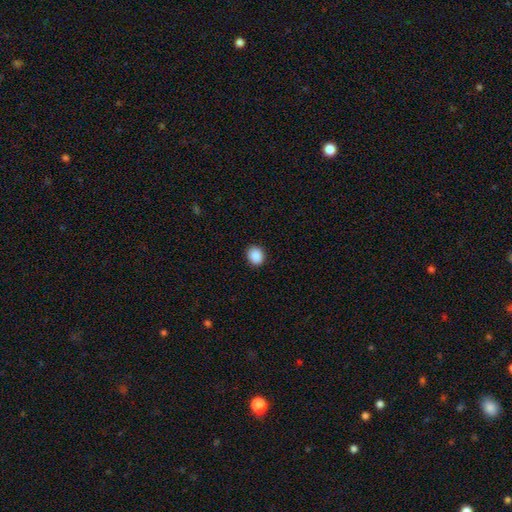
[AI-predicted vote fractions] A smooth galaxy with no disk features (89%) that is round (65%). Merging: none (90%).